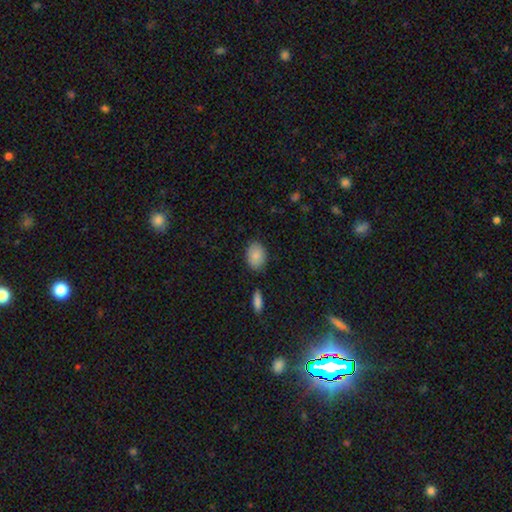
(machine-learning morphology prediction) A smooth galaxy with no disk features (87%) that is in between round and cigar-shaped (77%).

Vote fractions:
- Smooth or featured? smooth: 87% / star or artifact: 7% / featured or disk: 6%
- How rounded? in between: 77% / round: 22% / cigar-shaped: 1%
- Merging? none: 81% / minor disturbance: 13% / merger: 3% / major disturbance: 3%